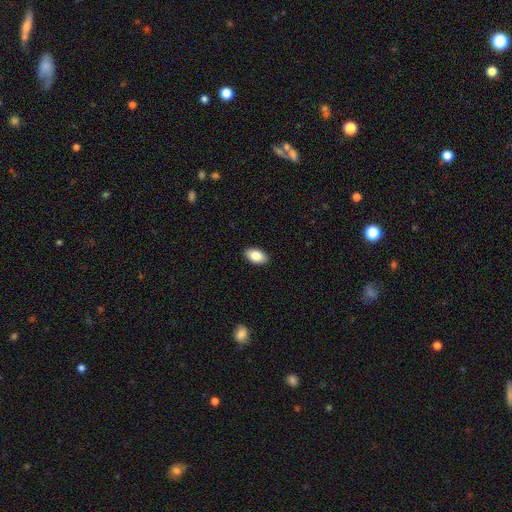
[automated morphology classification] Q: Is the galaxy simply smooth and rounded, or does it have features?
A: smooth — 84%.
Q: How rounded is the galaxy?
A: in between — 94%.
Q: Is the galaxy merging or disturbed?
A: none — 90%.